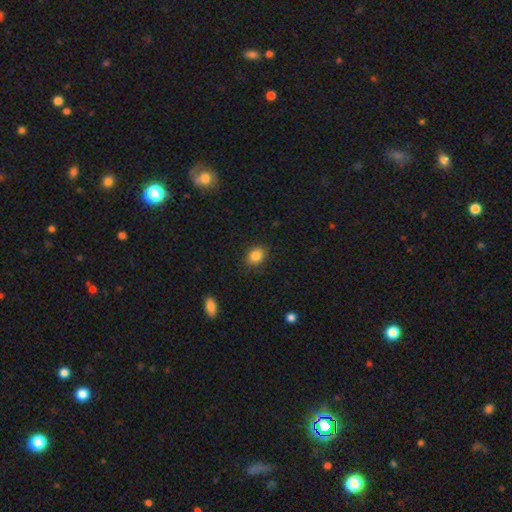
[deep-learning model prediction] Overall: smooth (85%). How rounded: in between (58%; round 41%). Merging: none (86%).